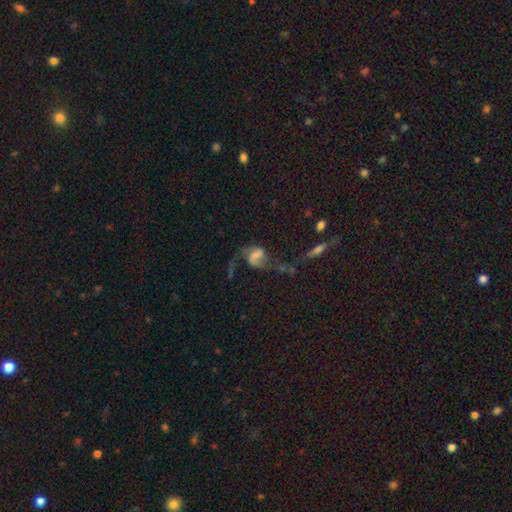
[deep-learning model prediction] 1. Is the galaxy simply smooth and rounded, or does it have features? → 59% featured or disk, 30% smooth, 11% star or artifact.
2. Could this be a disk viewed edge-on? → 96% no, 4% yes.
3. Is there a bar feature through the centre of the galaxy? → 41% weak, 33% no, 27% strong.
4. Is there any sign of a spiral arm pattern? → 82% yes, 18% no.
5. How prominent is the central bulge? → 41% none, 19% small, 18% moderate, 17% large, 5% dominant.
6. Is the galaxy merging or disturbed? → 37% major disturbance, 34% none, 16% minor disturbance, 13% merger.